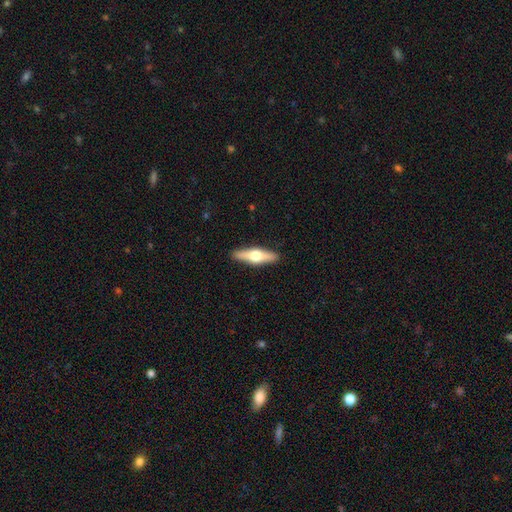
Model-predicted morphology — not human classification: This appears to be a featured or disk galaxy (57%) viewed edge-on (95%) with a rounded central bulge (95%). Merging: none (91%).